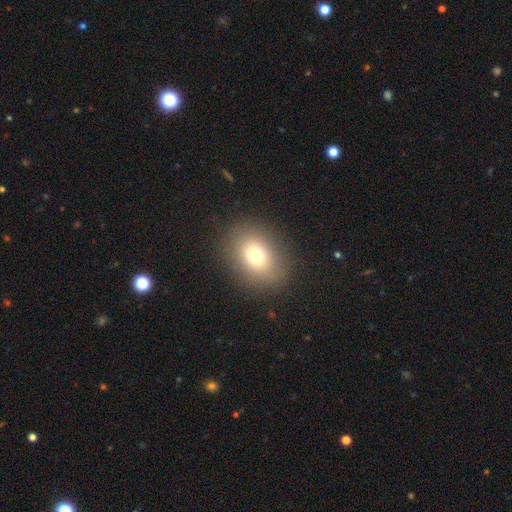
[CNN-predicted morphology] smooth_or_featured: smooth (p=0.72) [alt: star or artifact p=0.15]
how_rounded: in between (p=0.55) [alt: round p=0.44]
merging: none (p=0.85) [alt: minor disturbance p=0.09]